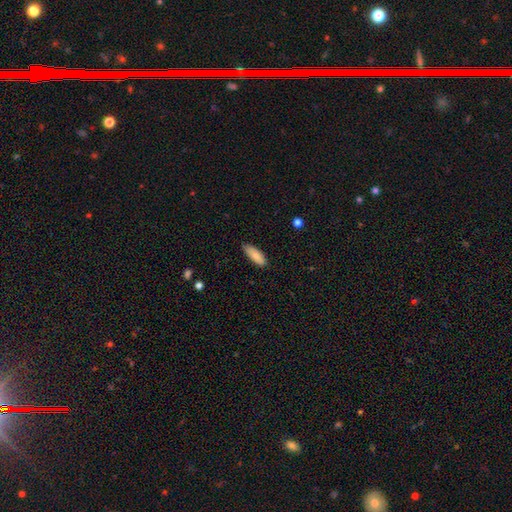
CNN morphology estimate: Smooth or featured? smooth (87%)
How rounded? in between (64%)
Merging? none (83%)